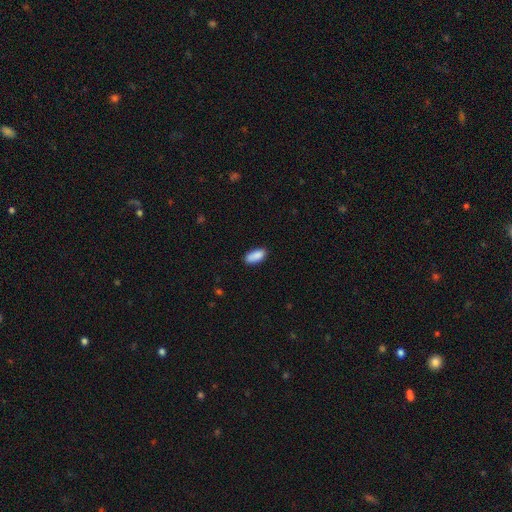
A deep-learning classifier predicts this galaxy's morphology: Smooth or featured? Predicted: smooth (p=0.88). How rounded? Predicted: in between (p=0.86). Merging? Predicted: none (p=0.78).